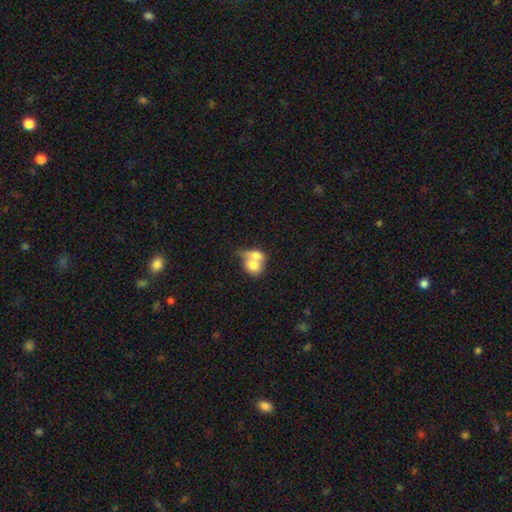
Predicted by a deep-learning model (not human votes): Smooth or featured: smooth — 71% (featured or disk — 22%)
How rounded: in between — 54% (round — 43%)
Merging: merger — 74% (none — 15%)